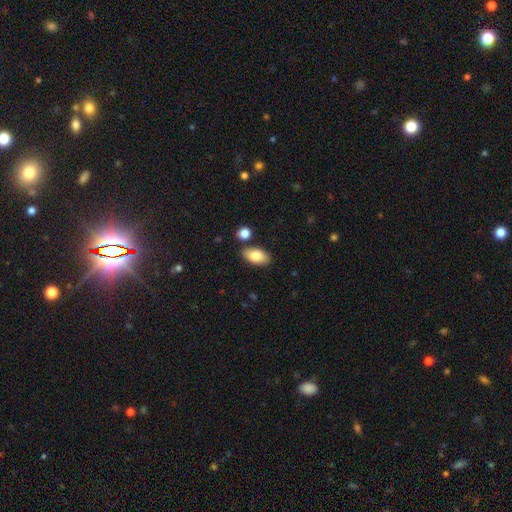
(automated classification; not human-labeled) This appears to be a smooth galaxy with no disk features (83%) that is in between round and cigar-shaped (93%). Merging: none (81%).